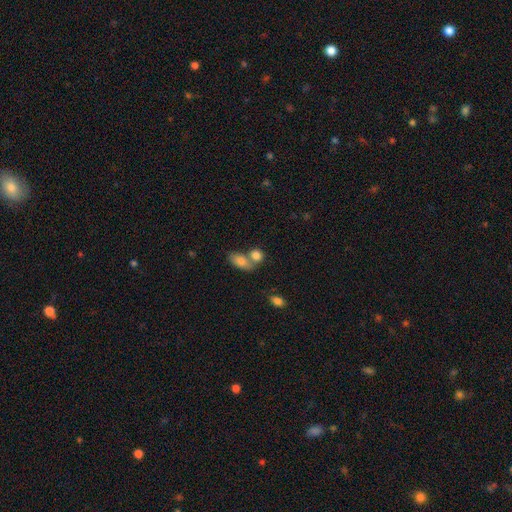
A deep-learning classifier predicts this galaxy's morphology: Smooth or featured: smooth — 81% (featured or disk — 10%)
How rounded: in between — 59% (round — 38%)
Merging: merger — 50% (none — 36%)